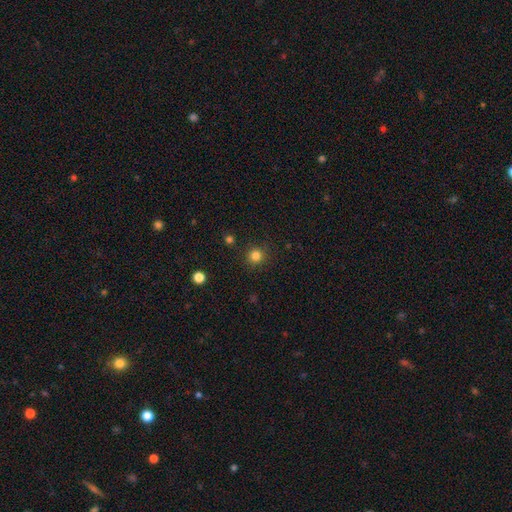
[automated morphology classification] smooth_or_featured: smooth (p=0.81) [alt: star or artifact p=0.14]
how_rounded: round (p=0.93) [alt: in between p=0.06]
merging: none (p=0.89) [alt: minor disturbance p=0.07]